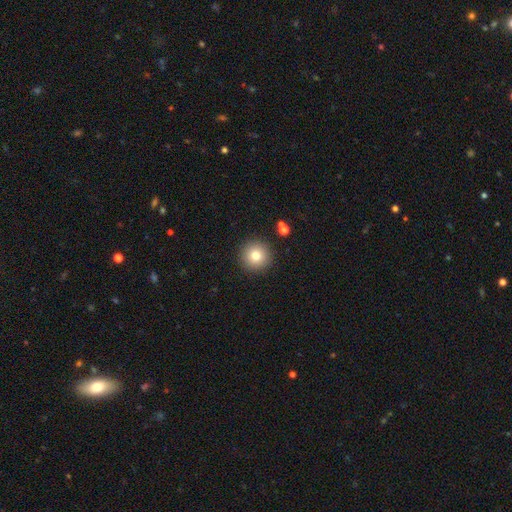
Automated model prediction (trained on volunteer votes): A smooth galaxy with no disk features (79%) that is round (96%). Merging: none (90%).